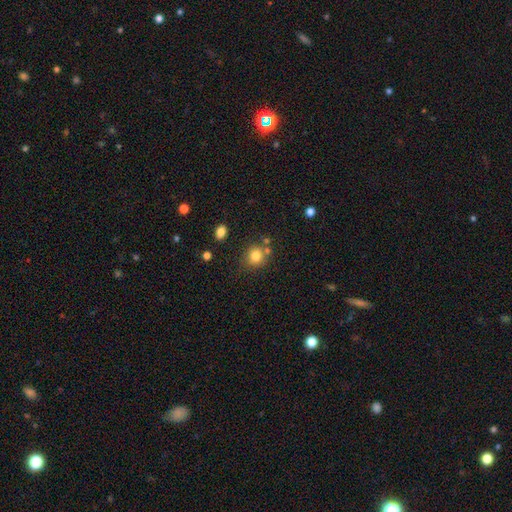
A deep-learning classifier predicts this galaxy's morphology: Q: Smooth or featured?
A: smooth (81%); runner-up: star or artifact (12%)
Q: How rounded?
A: round (85%); runner-up: in between (14%)
Q: Merging?
A: none (72%); runner-up: merger (12%)